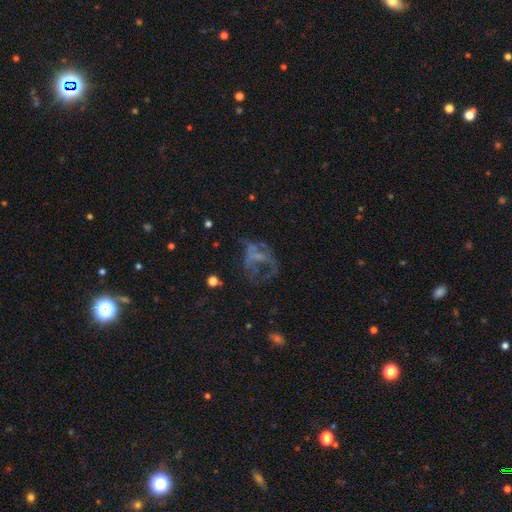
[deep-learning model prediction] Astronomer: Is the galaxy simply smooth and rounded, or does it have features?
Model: featured or disk — 53%.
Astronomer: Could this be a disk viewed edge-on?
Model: no — 97%.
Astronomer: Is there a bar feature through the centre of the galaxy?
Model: no — 85%.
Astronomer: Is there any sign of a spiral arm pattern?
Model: no — 82%.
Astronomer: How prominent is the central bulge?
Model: none — 72%.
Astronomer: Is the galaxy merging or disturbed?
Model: major disturbance — 50% (runner-up: none, 28%).